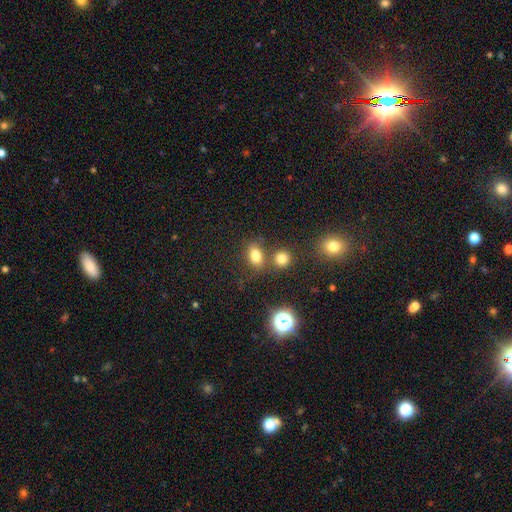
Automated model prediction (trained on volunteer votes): smooth-or-featured: smooth: 78% | star or artifact: 15% | featured or disk: 8%
  how-rounded: in between: 73% | round: 24% | cigar-shaped: 2%
  merging: none: 63% | merger: 22% | minor disturbance: 11% | major disturbance: 4%